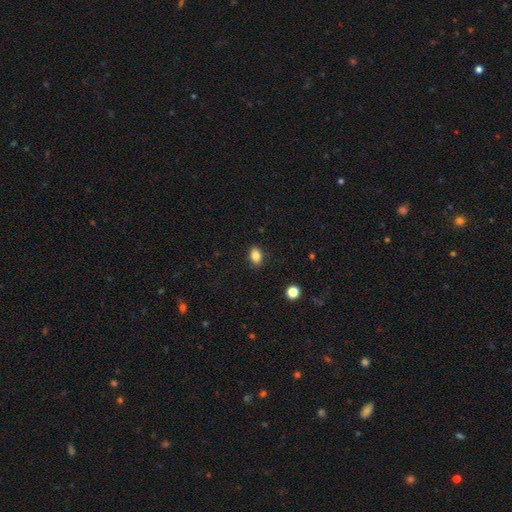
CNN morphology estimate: Smooth or featured? Predicted: smooth (p=0.84). How rounded? Predicted: in between (p=0.79). Merging? Predicted: none (p=0.87).